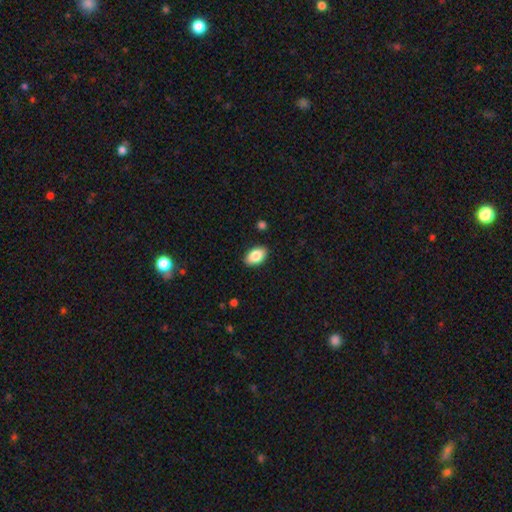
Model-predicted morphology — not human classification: smooth-or-featured: smooth: 85% | featured or disk: 8% | star or artifact: 7%
  how-rounded: in between: 92% | round: 7% | cigar-shaped: 1%
  merging: none: 89% | minor disturbance: 8% | major disturbance: 2% | merger: 1%